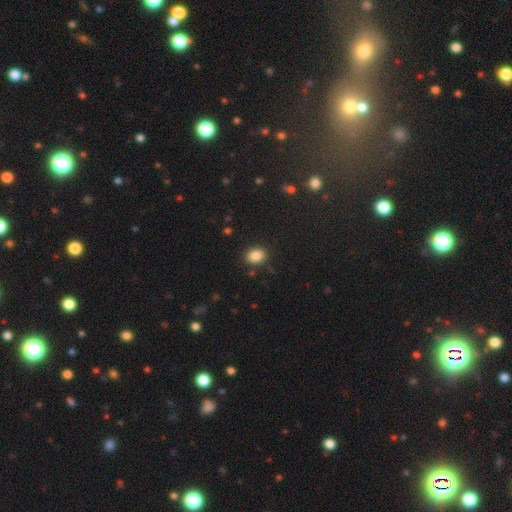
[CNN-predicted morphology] Smooth or featured: smooth — 85% (star or artifact — 10%)
How rounded: in between — 55% (round — 44%)
Merging: none — 87% (minor disturbance — 9%)